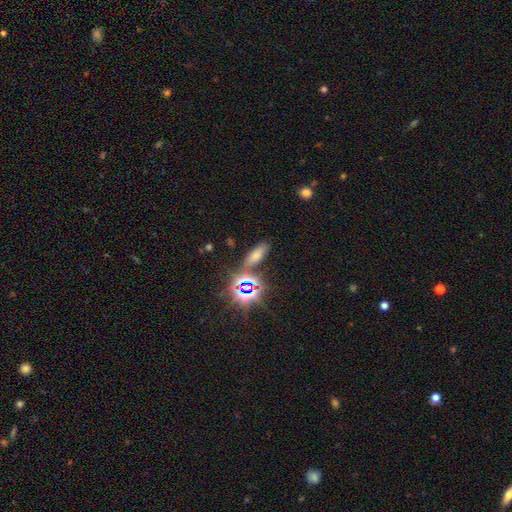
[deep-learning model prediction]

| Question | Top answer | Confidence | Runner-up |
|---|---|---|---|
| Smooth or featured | star or artifact | 45% | smooth (38%) |